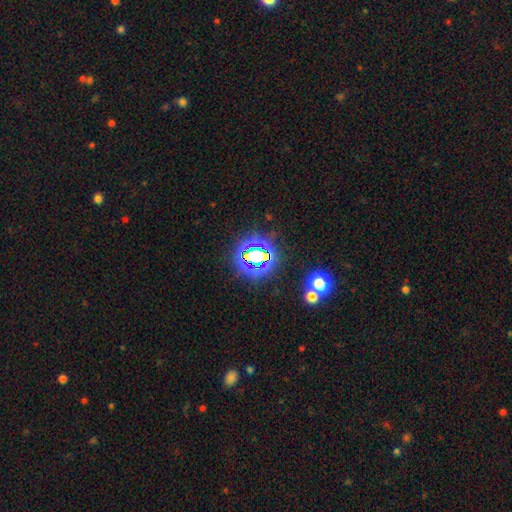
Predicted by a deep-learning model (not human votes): Smooth or featured: star or artifact — 62% (smooth — 24%)